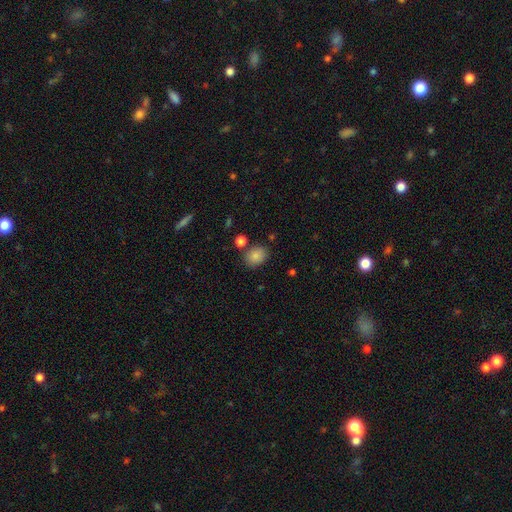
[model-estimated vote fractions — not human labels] smooth_or_featured: smooth (p=0.85) [alt: star or artifact p=0.09]
how_rounded: in between (p=0.56) [alt: round p=0.42]
merging: none (p=0.76) [alt: minor disturbance p=0.12]